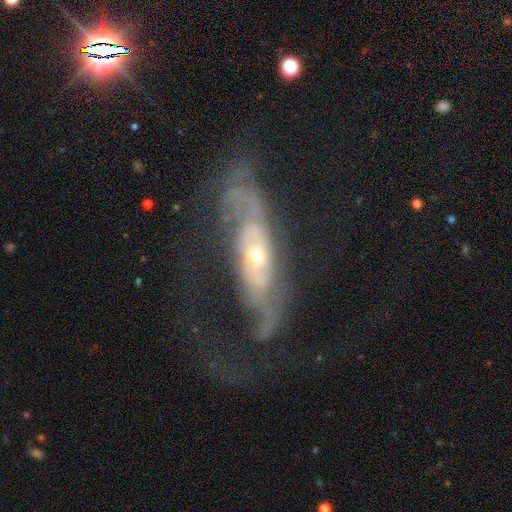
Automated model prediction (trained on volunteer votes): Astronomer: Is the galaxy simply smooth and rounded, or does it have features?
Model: featured or disk — 80%.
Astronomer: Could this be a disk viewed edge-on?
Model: no — 76%.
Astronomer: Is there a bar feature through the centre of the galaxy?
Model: no — 66%.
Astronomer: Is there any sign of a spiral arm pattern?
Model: yes — 77%.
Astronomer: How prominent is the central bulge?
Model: moderate — 51% (runner-up: small, 42%).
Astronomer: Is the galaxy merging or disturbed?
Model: none — 46% (runner-up: major disturbance, 33%).